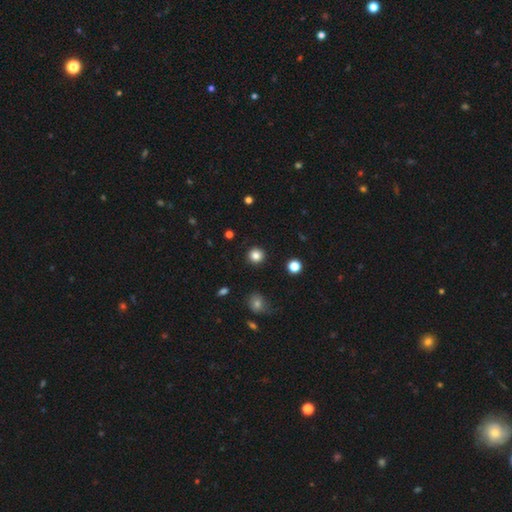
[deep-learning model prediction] Smooth or featured? smooth (84%)
How rounded? round (94%)
Merging? none (92%)